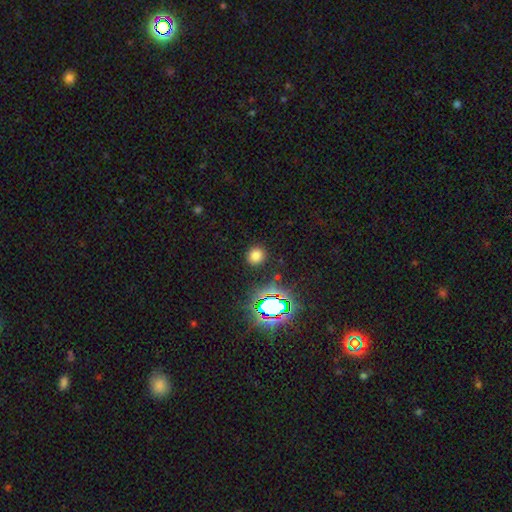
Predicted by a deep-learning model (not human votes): smooth 73%, star or artifact 21%, featured or disk 6%. Down the decision tree: how rounded — round (85%); merging — none (89%).